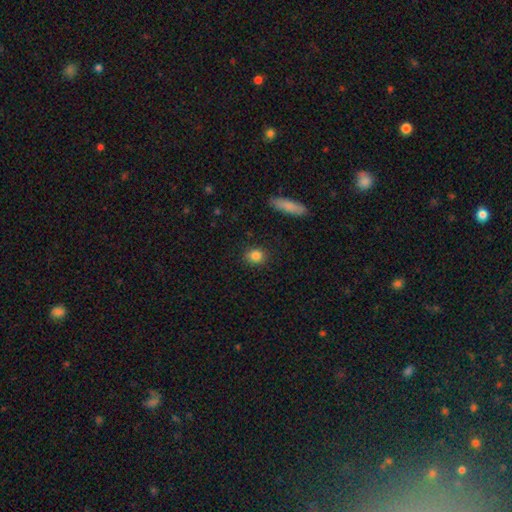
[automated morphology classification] Smooth or featured?
  - smooth: 85% *
  - star or artifact: 10%
  - featured or disk: 5%
How rounded?
  - round: 75% *
  - in between: 23%
  - cigar-shaped: 2%
Merging?
  - none: 87% *
  - minor disturbance: 9%
  - major disturbance: 2%
  - merger: 2%